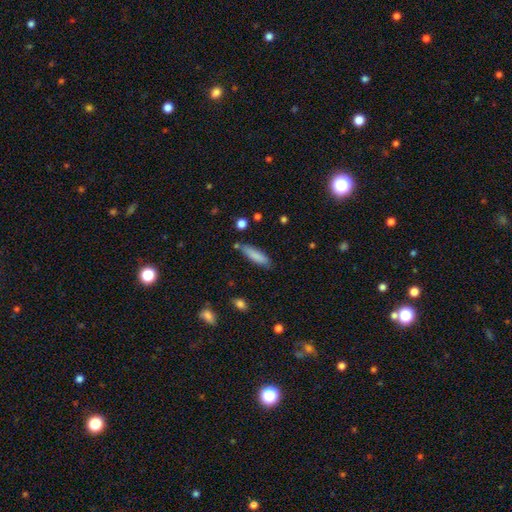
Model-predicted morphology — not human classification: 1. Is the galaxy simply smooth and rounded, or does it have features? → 84% smooth, 10% featured or disk, 7% star or artifact.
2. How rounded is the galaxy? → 71% cigar-shaped, 28% in between, 1% round.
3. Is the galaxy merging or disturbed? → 76% none, 16% minor disturbance, 5% merger, 3% major disturbance.